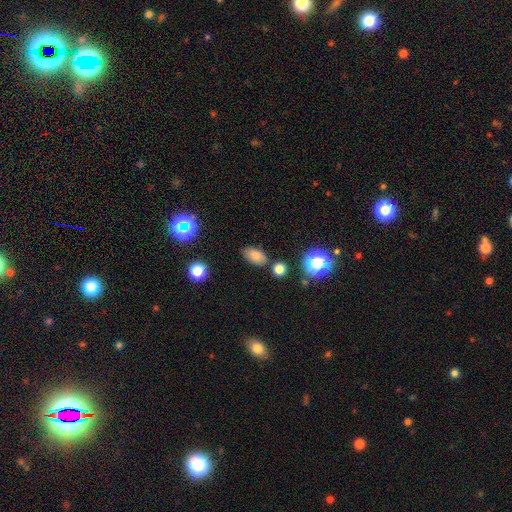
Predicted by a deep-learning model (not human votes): smooth 79%, star or artifact 13%, featured or disk 8%. Down the decision tree: how rounded — in between (90%); merging — none (78%).